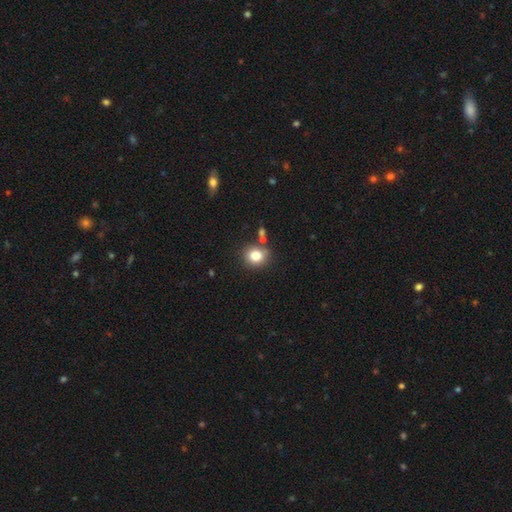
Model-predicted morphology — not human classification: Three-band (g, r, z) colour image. It shows a smooth galaxy with no disk features (81%) that is round (79%). Merging: none (76%).